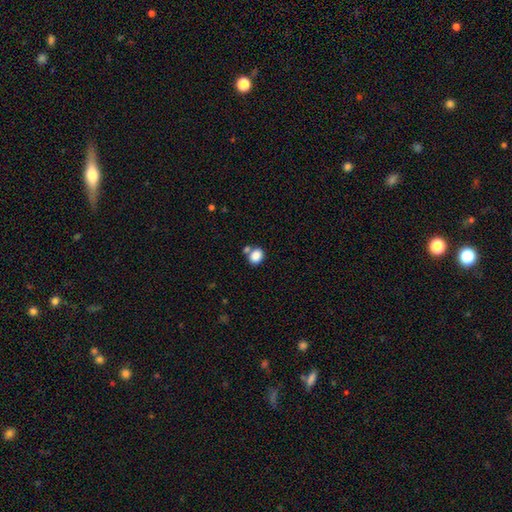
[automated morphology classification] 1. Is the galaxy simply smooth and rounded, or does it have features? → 86% smooth, 9% star or artifact, 5% featured or disk.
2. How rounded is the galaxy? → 52% in between, 47% round, 1% cigar-shaped.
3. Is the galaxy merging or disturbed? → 59% none, 25% merger, 12% minor disturbance, 4% major disturbance.